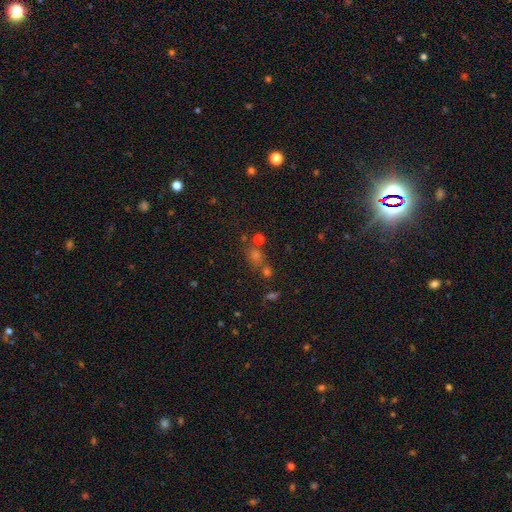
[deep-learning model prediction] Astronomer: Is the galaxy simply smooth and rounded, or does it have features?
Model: smooth — 45% (runner-up: star or artifact, 43%).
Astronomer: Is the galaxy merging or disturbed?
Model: none — 58%.